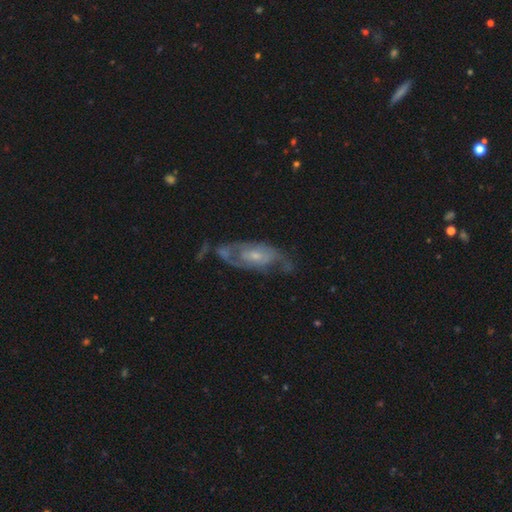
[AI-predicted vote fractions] Smooth or featured? featured or disk (76%)
Edge-on disk? no (91%)
Bar? no (62%)
Spiral arms? yes (79%)
Spiral winding? medium (43%)
Spiral arm count? 2 (60%)
Bulge size? small (58%)
Merging? none (48%)